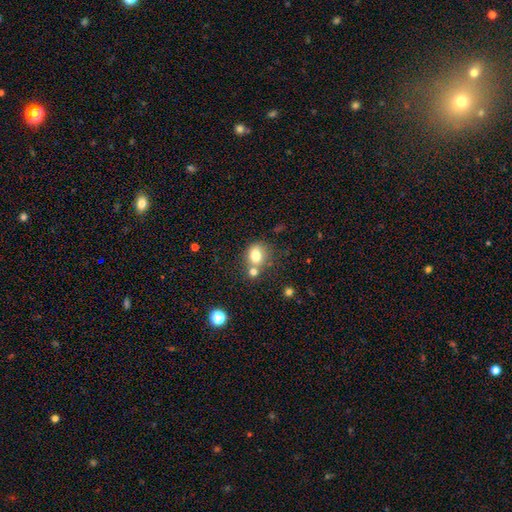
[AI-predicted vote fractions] Q: Smooth or featured?
A: smooth (77%); runner-up: star or artifact (12%)
Q: How rounded?
A: round (64%); runner-up: in between (35%)
Q: Merging?
A: none (50%); runner-up: merger (31%)